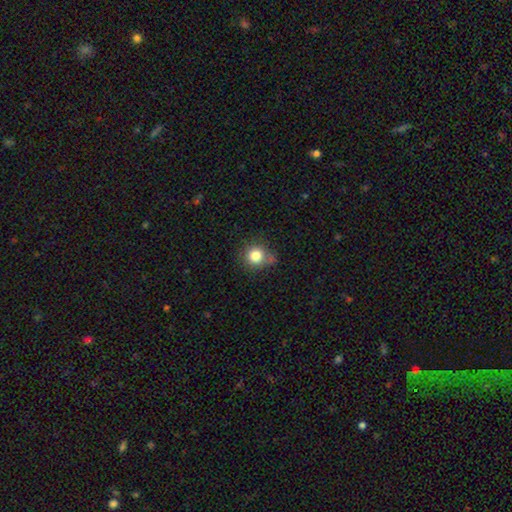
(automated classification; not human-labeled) smooth-or-featured: smooth: 82% | star or artifact: 11% | featured or disk: 7%
  how-rounded: round: 86% | in between: 13% | cigar-shaped: 1%
  merging: none: 63% | minor disturbance: 25% | major disturbance: 7% | merger: 5%